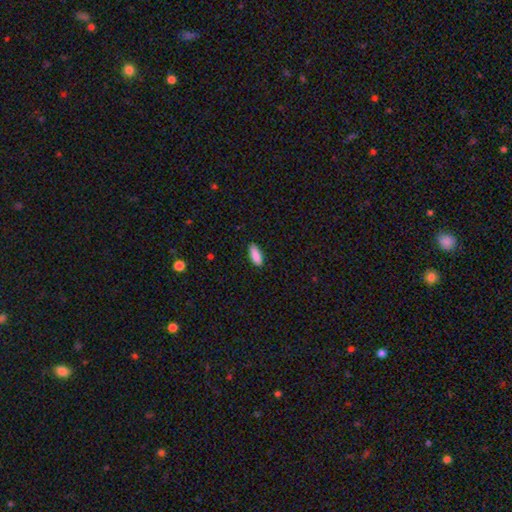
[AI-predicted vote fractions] Q: Smooth or featured?
A: smooth (90%); runner-up: star or artifact (6%)
Q: How rounded?
A: in between (80%); runner-up: cigar-shaped (19%)
Q: Merging?
A: none (88%); runner-up: minor disturbance (9%)